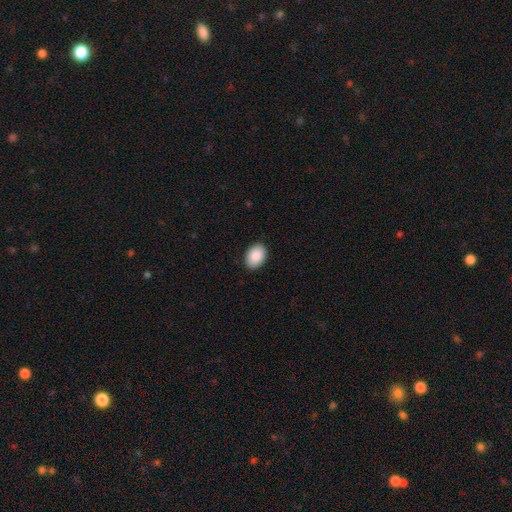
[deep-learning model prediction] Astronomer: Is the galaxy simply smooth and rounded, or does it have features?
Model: smooth — 91%.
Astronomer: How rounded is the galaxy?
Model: in between — 84%.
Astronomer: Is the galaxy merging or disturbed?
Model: none — 90%.